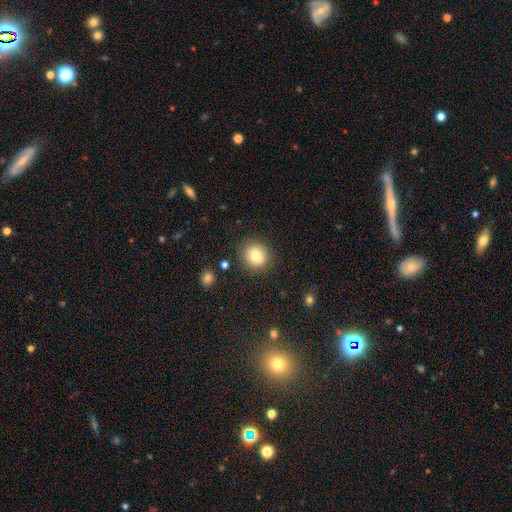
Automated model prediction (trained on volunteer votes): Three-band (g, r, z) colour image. It shows a smooth galaxy with no disk features (81%) that is round (83%). Merging: none (88%).